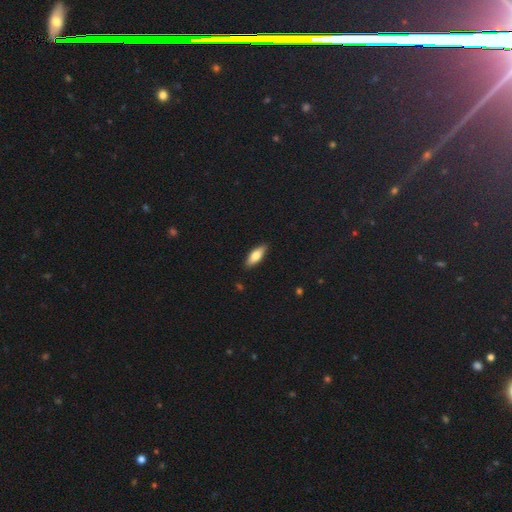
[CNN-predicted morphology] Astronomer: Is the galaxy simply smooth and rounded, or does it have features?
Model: smooth — 72%.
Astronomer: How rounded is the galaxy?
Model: in between — 68%.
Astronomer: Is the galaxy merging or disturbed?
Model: none — 87%.